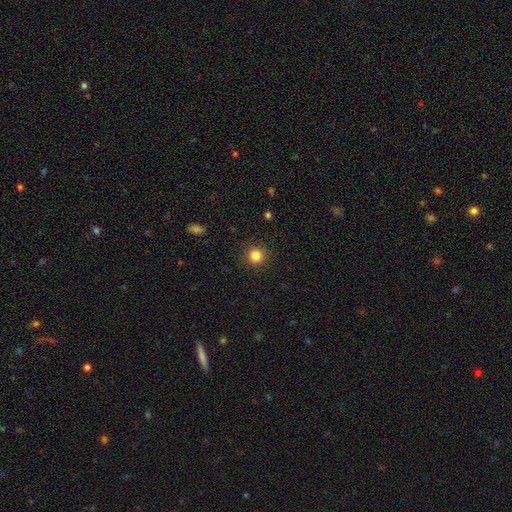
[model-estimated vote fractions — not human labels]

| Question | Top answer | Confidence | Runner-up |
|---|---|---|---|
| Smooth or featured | smooth | 84% | star or artifact (11%) |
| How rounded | round | 93% | in between (6%) |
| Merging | none | 90% | minor disturbance (7%) |